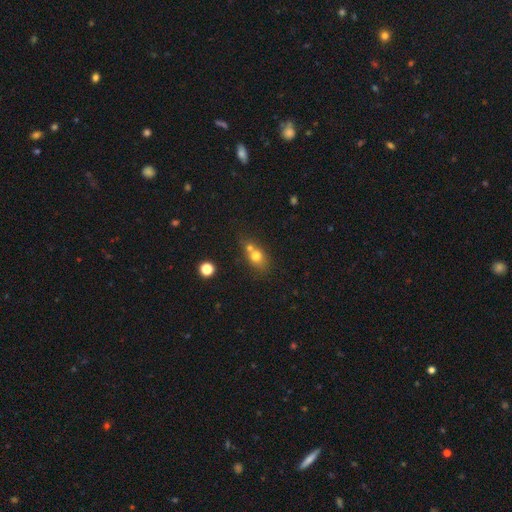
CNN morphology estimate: Overall: smooth (71%). How rounded: round (50%; in between 47%). Merging: merger (47%; none 39%).